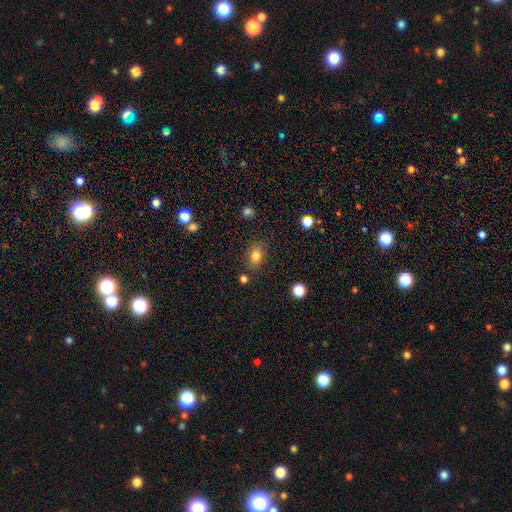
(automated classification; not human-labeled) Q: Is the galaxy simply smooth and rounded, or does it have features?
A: smooth — 81%.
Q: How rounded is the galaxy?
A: in between — 74%.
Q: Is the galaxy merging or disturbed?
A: none — 79%.